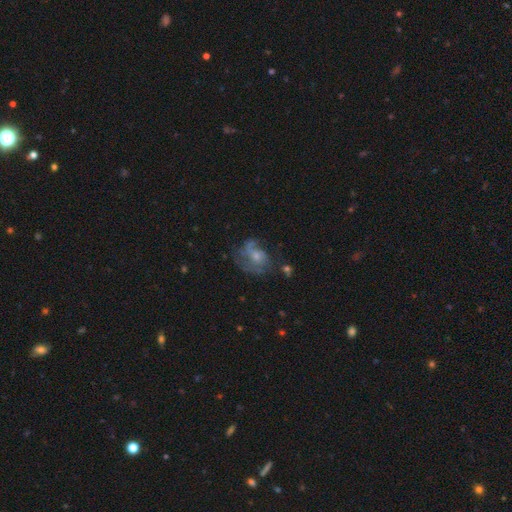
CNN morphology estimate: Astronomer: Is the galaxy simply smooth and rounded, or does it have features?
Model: featured or disk — 65%.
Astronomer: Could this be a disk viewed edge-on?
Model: no — 98%.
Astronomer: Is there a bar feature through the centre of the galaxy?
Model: no — 72%.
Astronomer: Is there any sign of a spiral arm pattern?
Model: yes — 75%.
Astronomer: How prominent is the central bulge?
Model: small — 54% (runner-up: moderate, 31%).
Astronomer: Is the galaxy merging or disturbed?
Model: none — 43% (runner-up: major disturbance, 31%).